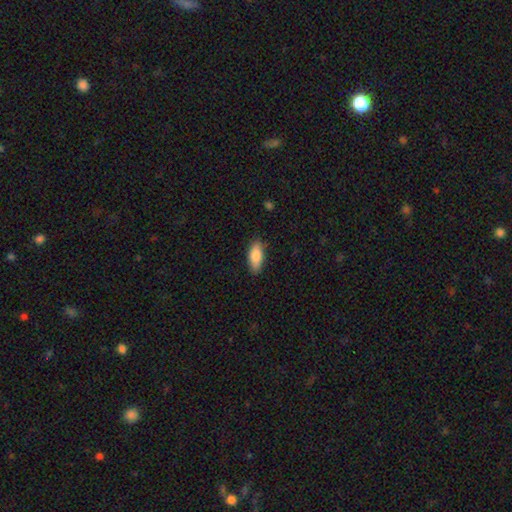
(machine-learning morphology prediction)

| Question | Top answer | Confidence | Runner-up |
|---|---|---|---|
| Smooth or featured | smooth | 84% | featured or disk (10%) |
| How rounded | in between | 81% | cigar-shaped (17%) |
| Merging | none | 86% | minor disturbance (11%) |